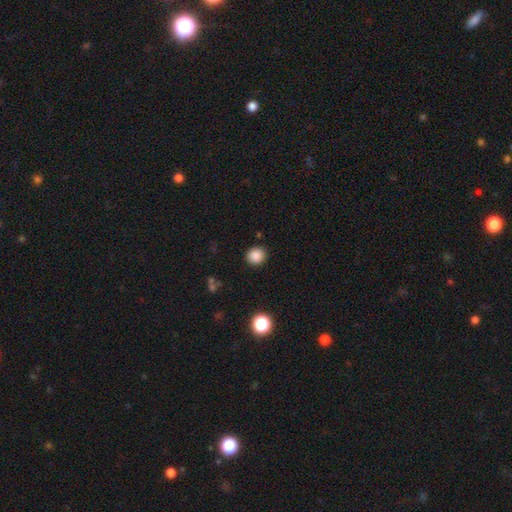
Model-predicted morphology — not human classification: This is clearly a smooth galaxy (86%). How rounded: clearly round (86%). Merging: clearly none (89%).